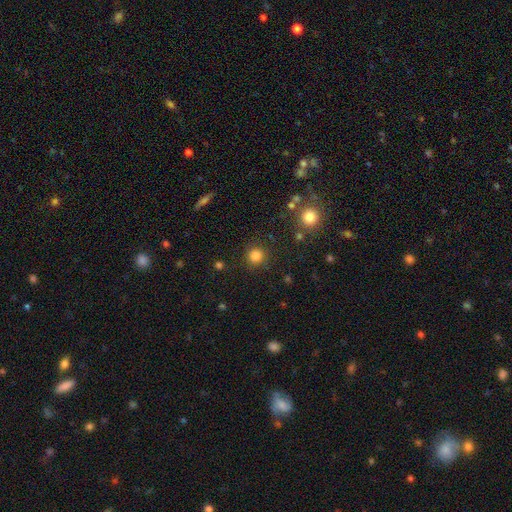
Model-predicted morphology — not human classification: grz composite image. It shows a smooth galaxy with no disk features (83%) that is round (93%). Merging: none (88%).